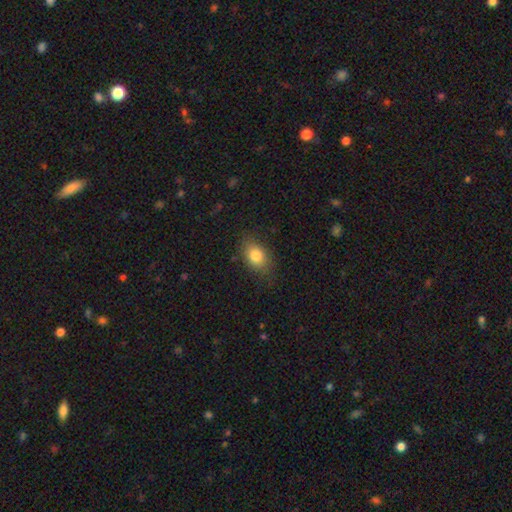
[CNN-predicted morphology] Smooth or featured: smooth — 81% (featured or disk — 10%)
How rounded: in between — 75% (round — 23%)
Merging: none — 78% (minor disturbance — 16%)